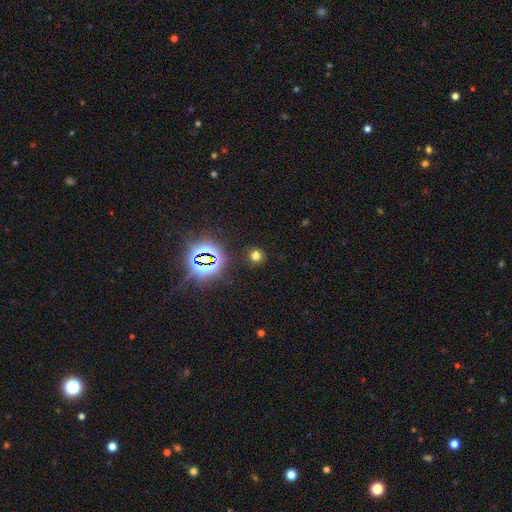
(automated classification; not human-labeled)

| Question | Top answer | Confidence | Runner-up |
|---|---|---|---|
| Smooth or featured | smooth | 65% | star or artifact (28%) |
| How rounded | round | 90% | in between (9%) |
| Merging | none | 88% | minor disturbance (7%) |